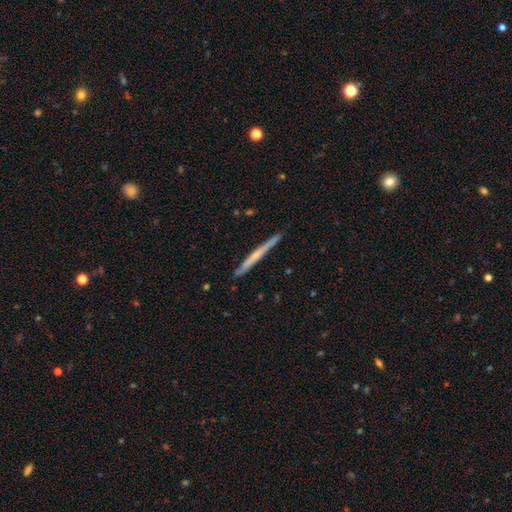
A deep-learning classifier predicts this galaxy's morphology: Smooth or featured? featured or disk (56%)
Edge-on disk? yes (97%)
Edge-on bulge? none (64%)
Merging? none (90%)